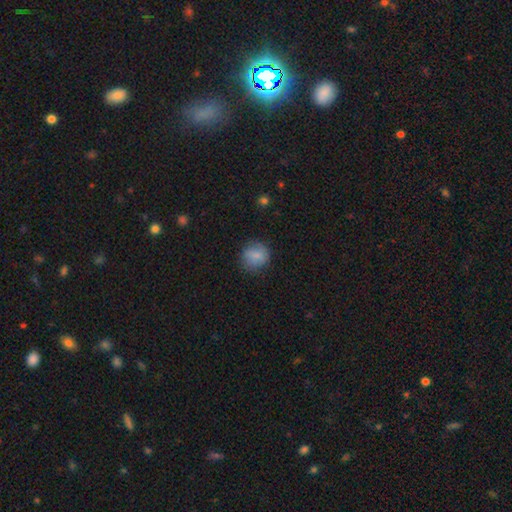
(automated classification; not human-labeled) A smooth galaxy with no disk features (79%) that is round (82%).

Vote fractions:
- Smooth or featured? smooth: 79% / featured or disk: 13% / star or artifact: 8%
- How rounded? round: 82% / in between: 17% / cigar-shaped: 1%
- Merging? none: 76% / minor disturbance: 17% / major disturbance: 5% / merger: 1%